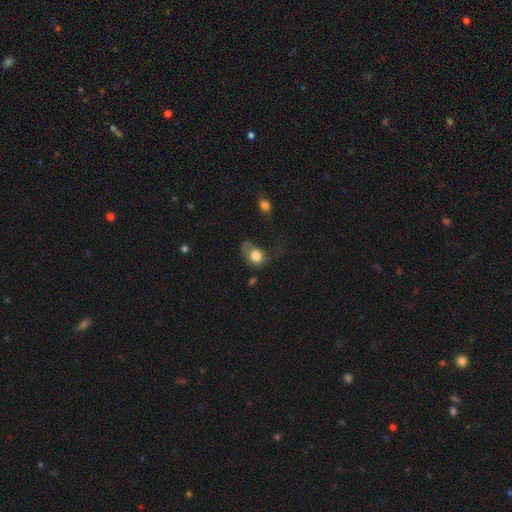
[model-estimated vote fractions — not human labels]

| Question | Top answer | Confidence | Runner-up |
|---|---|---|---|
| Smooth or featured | smooth | 77% | featured or disk (15%) |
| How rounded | in between | 56% | round (43%) |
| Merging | major disturbance | 40% | none (28%) |